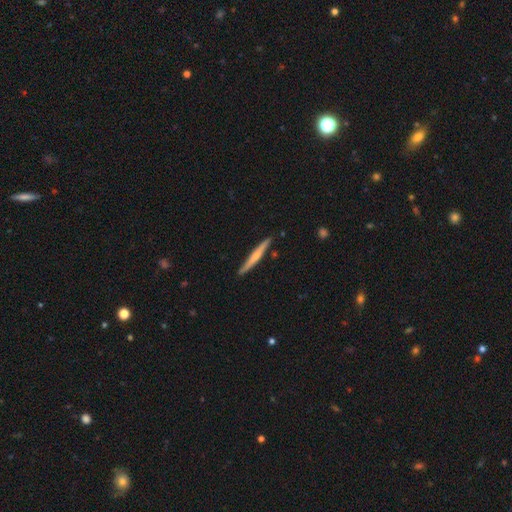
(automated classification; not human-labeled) A featured or disk galaxy (51%) viewed edge-on (97%).

Vote fractions:
- Smooth or featured? featured or disk: 51% / smooth: 44% / star or artifact: 5%
- Edge-on disk? yes: 97% / no: 3%
- Merging? none: 89% / minor disturbance: 8% / merger: 2% / major disturbance: 1%